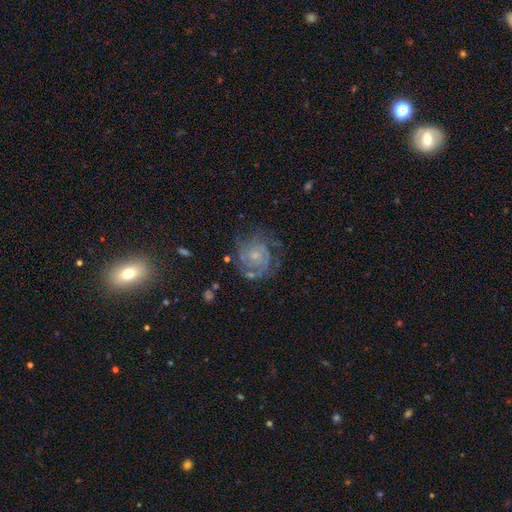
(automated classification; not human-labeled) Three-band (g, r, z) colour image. It shows a featured or disk galaxy (77%) with no bar (76%), tight (63%) spiral arms (89%) and a small central bulge (65%). Merging: none (64%).